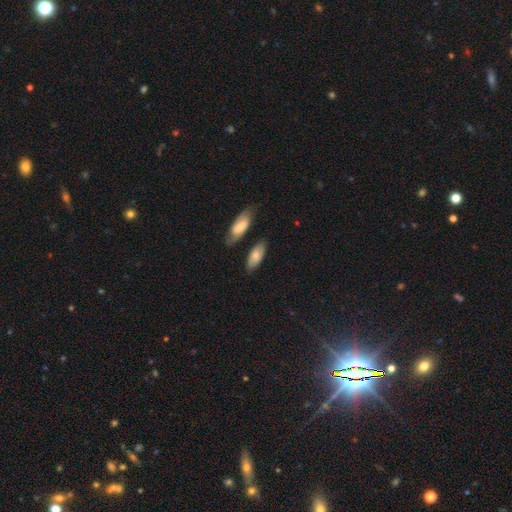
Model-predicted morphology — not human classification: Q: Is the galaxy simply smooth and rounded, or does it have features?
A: smooth — 77%.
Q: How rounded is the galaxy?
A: in between — 82%.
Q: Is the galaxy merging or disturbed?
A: none — 74%.